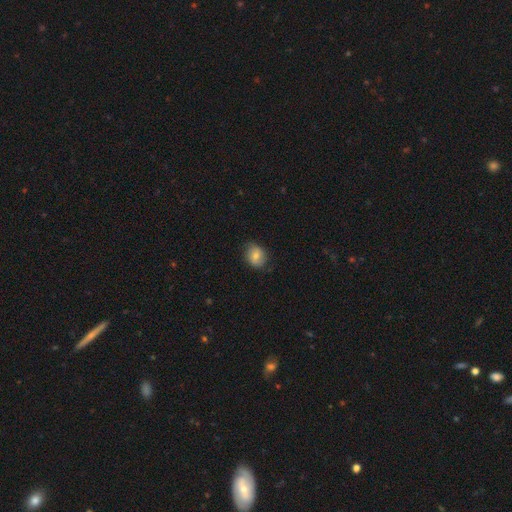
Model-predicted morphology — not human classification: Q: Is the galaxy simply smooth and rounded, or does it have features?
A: smooth — 66%.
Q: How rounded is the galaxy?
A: round — 54%.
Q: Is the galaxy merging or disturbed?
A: none — 77%.